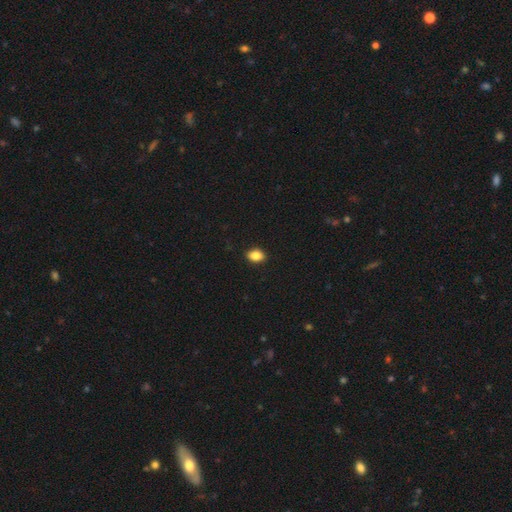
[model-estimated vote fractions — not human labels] Morphology: type=smooth (86%); roundness=in between (77%); merging=none (90%).